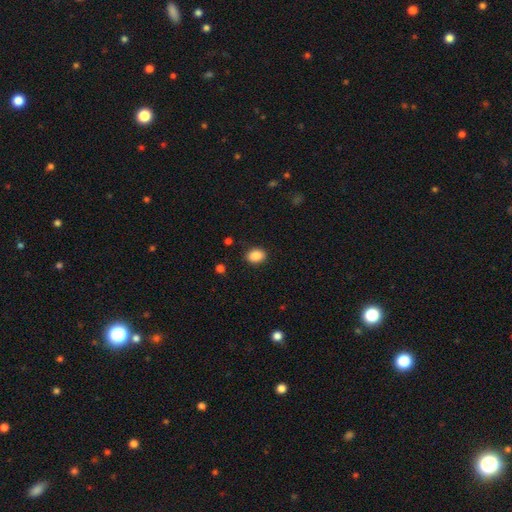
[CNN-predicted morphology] smooth_or_featured: smooth (p=0.89) [alt: star or artifact p=0.08]
how_rounded: in between (p=0.69) [alt: round p=0.30]
merging: none (p=0.87) [alt: minor disturbance p=0.09]